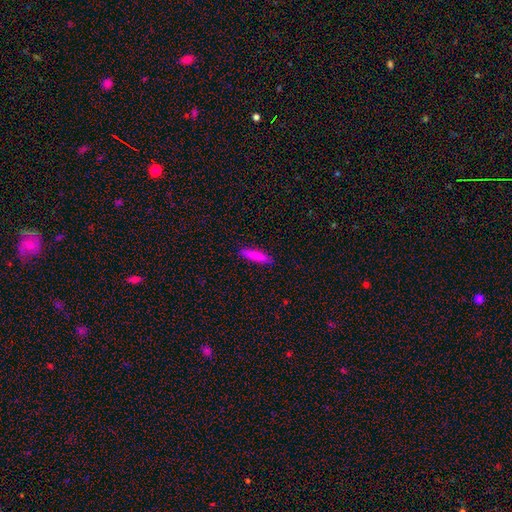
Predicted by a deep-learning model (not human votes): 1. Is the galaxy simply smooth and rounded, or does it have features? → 82% smooth, 12% featured or disk, 6% star or artifact.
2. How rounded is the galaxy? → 81% cigar-shaped, 17% in between, 1% round.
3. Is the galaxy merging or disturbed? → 90% none, 7% minor disturbance, 2% major disturbance, 1% merger.